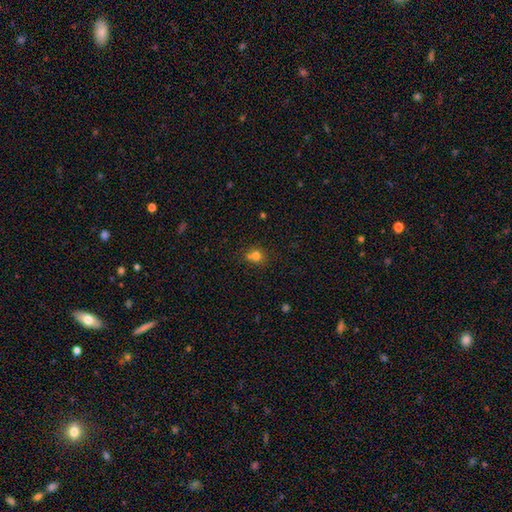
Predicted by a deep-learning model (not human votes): Smooth or featured: smooth — 76% (star or artifact — 15%)
How rounded: round — 82% (in between — 17%)
Merging: none — 51% (merger — 36%)